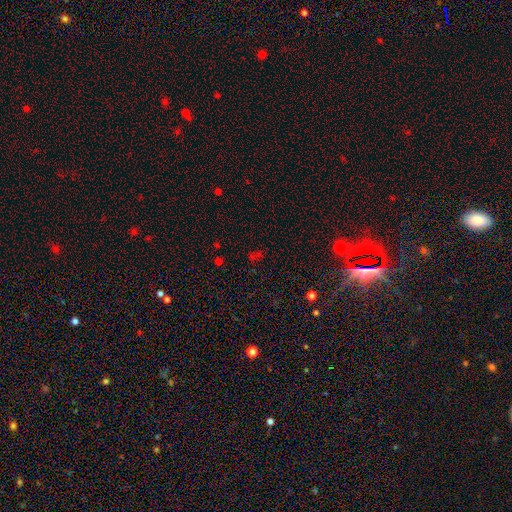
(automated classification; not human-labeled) star or artifact 55%, smooth 37%, featured or disk 8%.